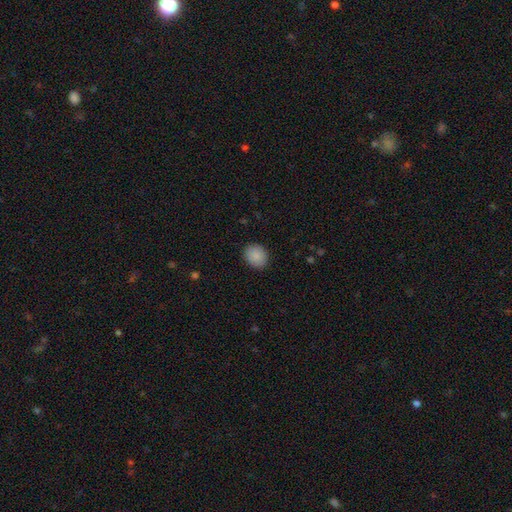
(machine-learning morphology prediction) type=smooth (89%); roundness=round (69%); merging=none (89%).